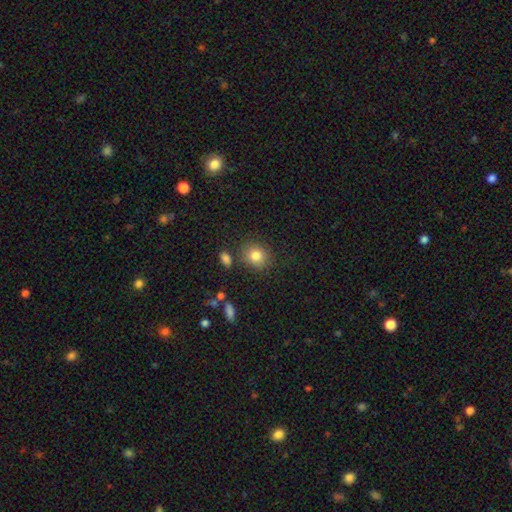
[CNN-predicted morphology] This is clearly a smooth galaxy (82%). How rounded: likely round (71%). Merging: likely none (79%).